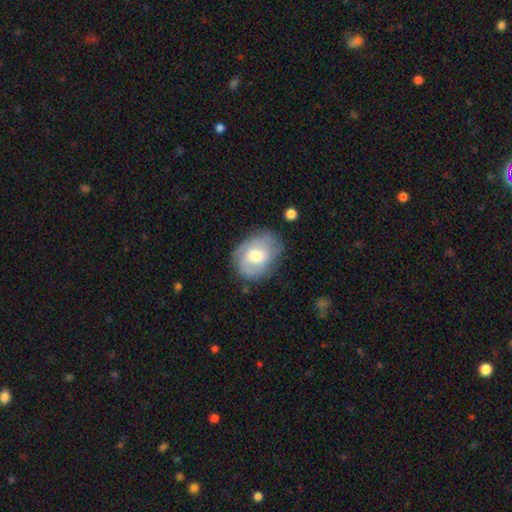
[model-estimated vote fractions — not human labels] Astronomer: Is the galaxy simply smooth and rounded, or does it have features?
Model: featured or disk — 55% (runner-up: smooth, 38%).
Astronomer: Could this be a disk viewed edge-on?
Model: no — 96%.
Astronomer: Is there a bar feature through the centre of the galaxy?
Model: no — 53% (runner-up: weak, 40%).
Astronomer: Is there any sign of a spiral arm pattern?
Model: yes — 77%.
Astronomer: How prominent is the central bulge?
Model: moderate — 65%.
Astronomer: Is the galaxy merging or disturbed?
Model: none — 68%.